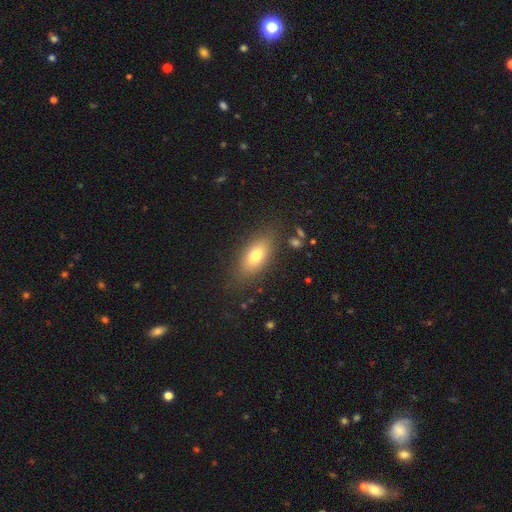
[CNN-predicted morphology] smooth-or-featured: smooth: 75% | featured or disk: 17% | star or artifact: 8%
  how-rounded: in between: 84% | cigar-shaped: 10% | round: 6%
  merging: none: 81% | minor disturbance: 12% | major disturbance: 4% | merger: 2%